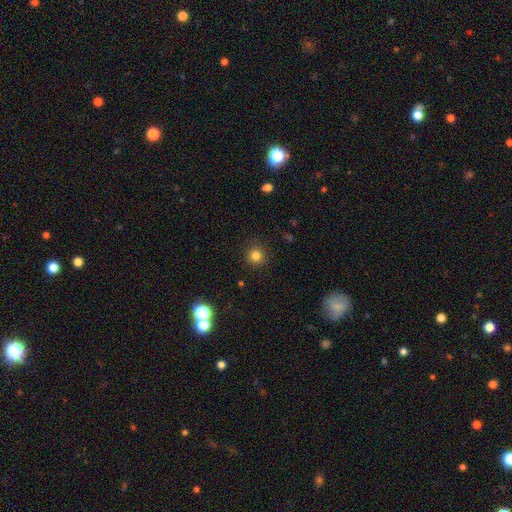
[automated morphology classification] This appears to be a smooth galaxy with no disk features (81%) that is round (94%). Merging: none (90%).